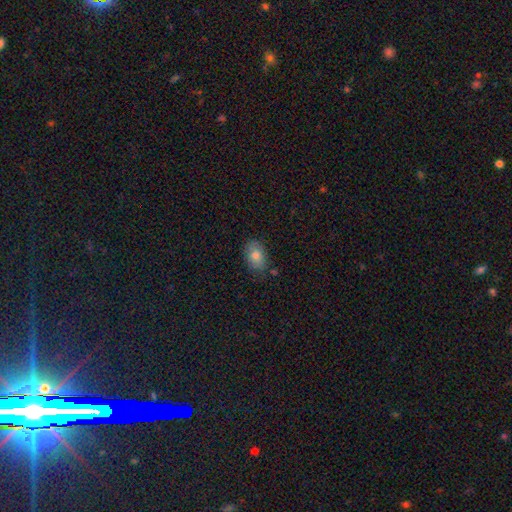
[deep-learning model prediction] The model was most divided on "merging": none: 78%, minor disturbance: 17%, major disturbance: 3%, merger: 2%. More confident: how rounded — in between (85%); smooth or featured — smooth (78%).